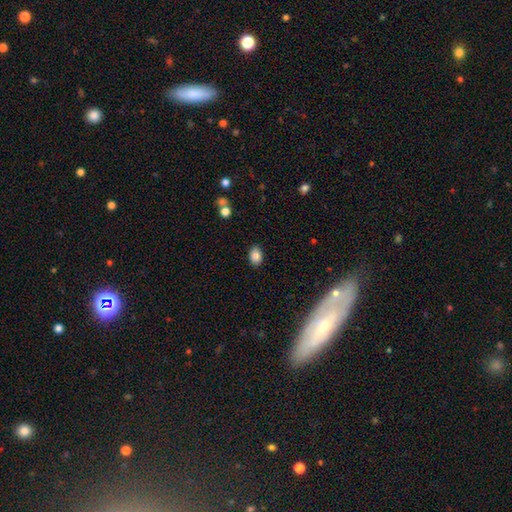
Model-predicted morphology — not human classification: This is clearly a smooth galaxy (84%). How rounded: likely in between (78%). Merging: clearly none (86%).